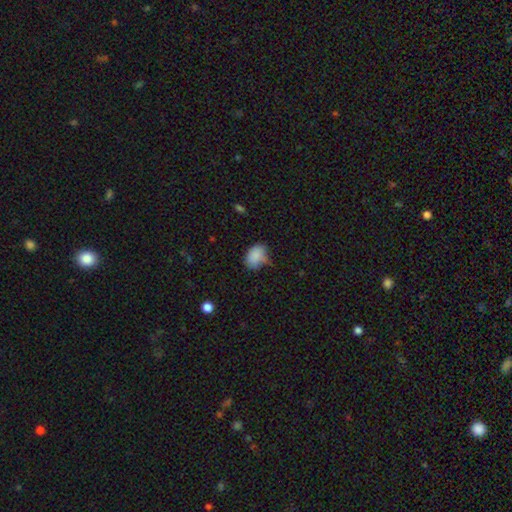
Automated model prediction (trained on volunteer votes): smooth 86%, star or artifact 9%, featured or disk 6%. Down the decision tree: how rounded — in between (78%); merging — none (53%).